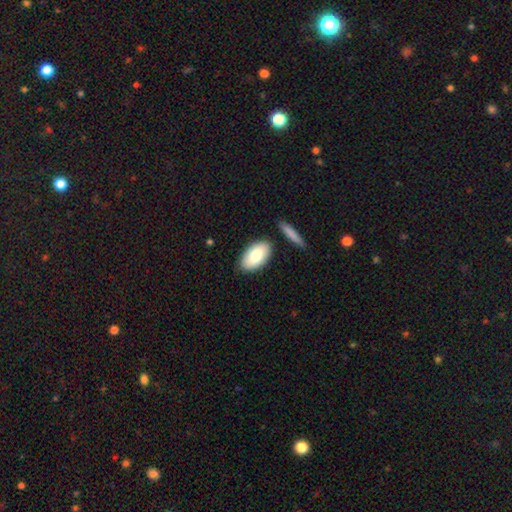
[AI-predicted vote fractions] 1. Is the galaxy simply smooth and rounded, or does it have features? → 79% smooth, 15% featured or disk, 6% star or artifact.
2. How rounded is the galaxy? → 94% in between, 3% round, 2% cigar-shaped.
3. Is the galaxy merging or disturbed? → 83% none, 10% minor disturbance, 5% merger, 2% major disturbance.